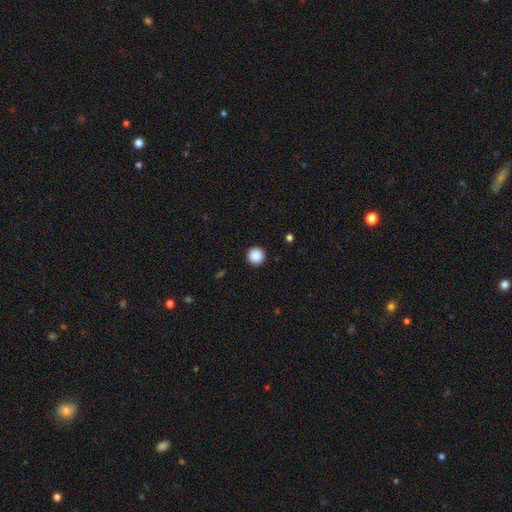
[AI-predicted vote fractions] A smooth galaxy with no disk features (89%) that is round (96%). Merging: none (93%).